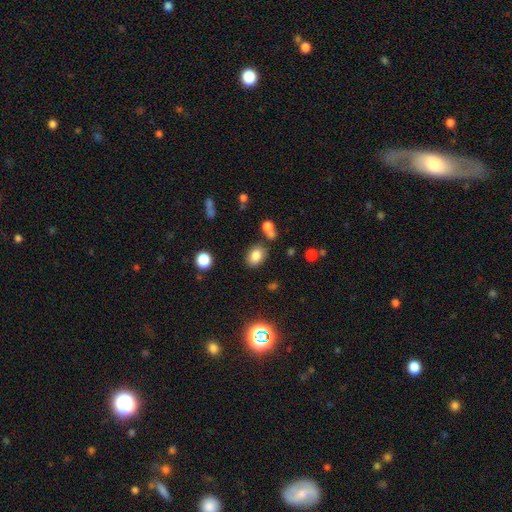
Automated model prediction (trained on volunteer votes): Smooth or featured?
  - smooth: 80% *
  - star or artifact: 12%
  - featured or disk: 8%
How rounded?
  - in between: 70% *
  - round: 29%
  - cigar-shaped: 1%
Merging?
  - none: 76% *
  - minor disturbance: 12%
  - merger: 8%
  - major disturbance: 4%